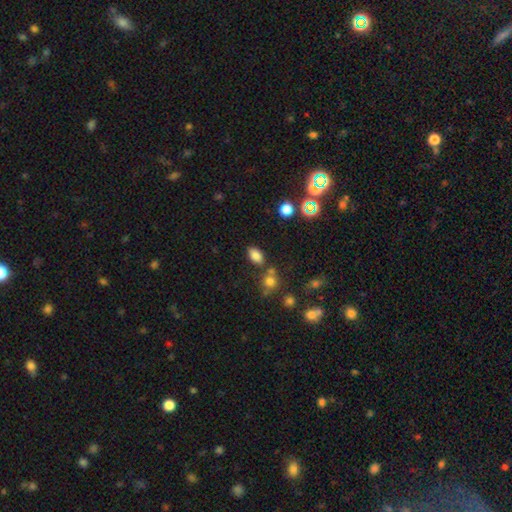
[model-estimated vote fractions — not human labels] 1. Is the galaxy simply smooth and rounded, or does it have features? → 80% smooth, 13% star or artifact, 7% featured or disk.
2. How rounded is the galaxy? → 88% in between, 10% round, 2% cigar-shaped.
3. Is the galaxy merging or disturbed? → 72% none, 12% minor disturbance, 12% merger, 4% major disturbance.